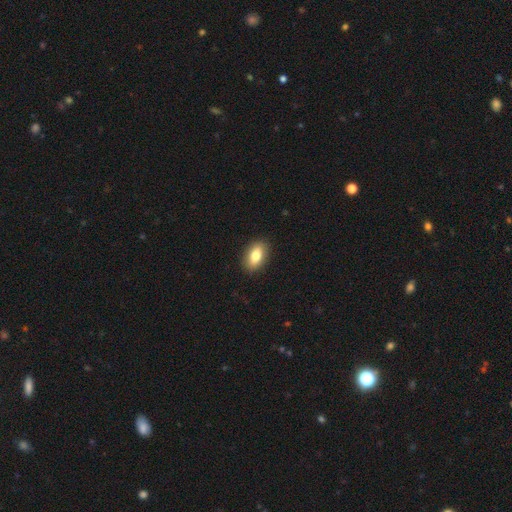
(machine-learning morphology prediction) Smooth or featured? smooth (80%)
How rounded? in between (88%)
Merging? none (90%)